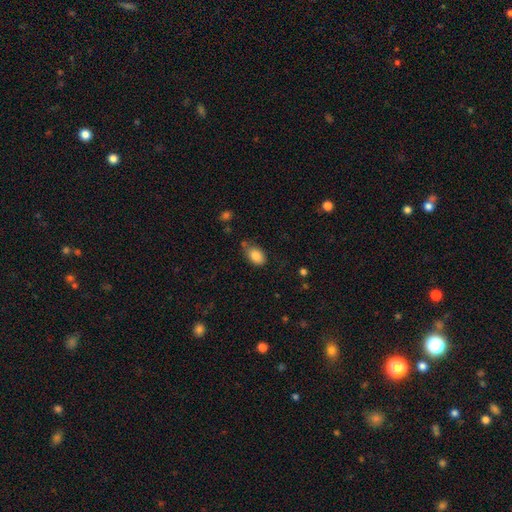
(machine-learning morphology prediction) type=smooth (85%); roundness=in between (87%); merging=none (64%).